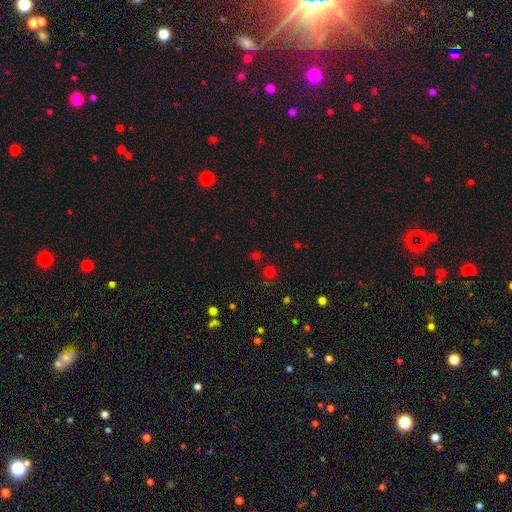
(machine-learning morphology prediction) Smooth or featured?
  - smooth: 50% *
  - star or artifact: 44%
  - featured or disk: 6%
Merging?
  - none: 71% *
  - merger: 12%
  - minor disturbance: 11%
  - major disturbance: 6%